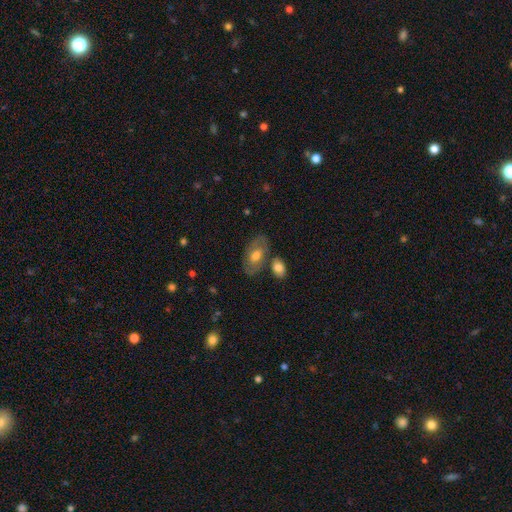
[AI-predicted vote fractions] A smooth galaxy with no disk features (55%) that is in between round and cigar-shaped (91%).

Vote fractions:
- Smooth or featured? smooth: 55% / featured or disk: 38% / star or artifact: 6%
- How rounded? in between: 91% / round: 6% / cigar-shaped: 3%
- Merging? none: 69% / minor disturbance: 14% / merger: 13% / major disturbance: 4%